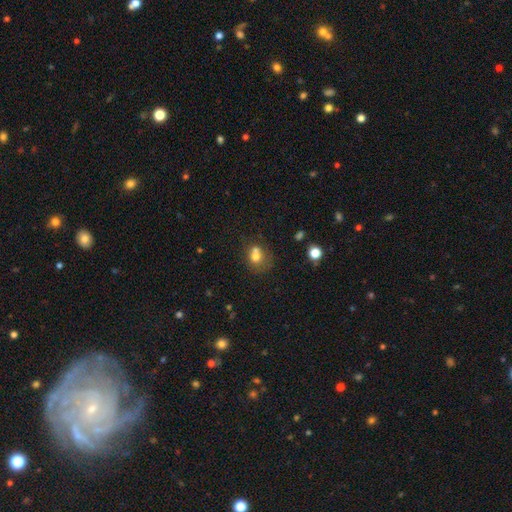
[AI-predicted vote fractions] Q: Smooth or featured?
A: smooth (69%); runner-up: featured or disk (18%)
Q: How rounded?
A: round (67%); runner-up: in between (33%)
Q: Merging?
A: merger (49%); runner-up: none (33%)